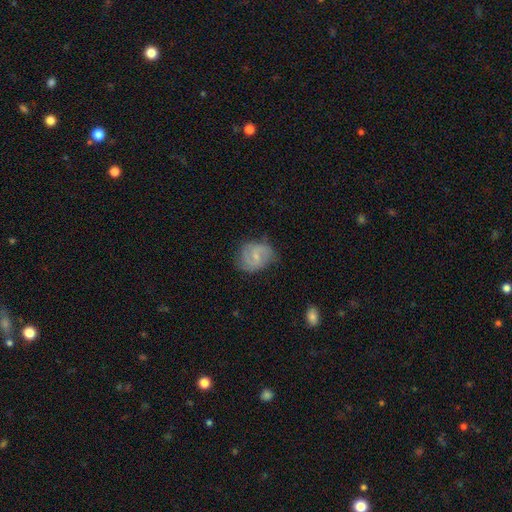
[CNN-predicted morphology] Smooth or featured?
  - featured or disk: 70% *
  - smooth: 24%
  - star or artifact: 6%
Edge-on disk?
  - no: 98% *
  - yes: 2%
Bar?
  - weak: 53% *
  - no: 35%
  - strong: 12%
Spiral arms?
  - yes: 91% *
  - no: 9%
Spiral winding?
  - medium: 50% *
  - tight: 29%
  - loose: 22%
Spiral arm count?
  - 2: 76% *
  - can't tell: 11%
  - 3: 7%
  - 1: 3%
  - 4: 2%
  - more than 4: 2%
Bulge size?
  - small: 66% *
  - moderate: 25%
  - none: 6%
  - large: 1%
  - dominant: 1%
Merging?
  - none: 69% *
  - minor disturbance: 23%
  - major disturbance: 7%
  - merger: 1%